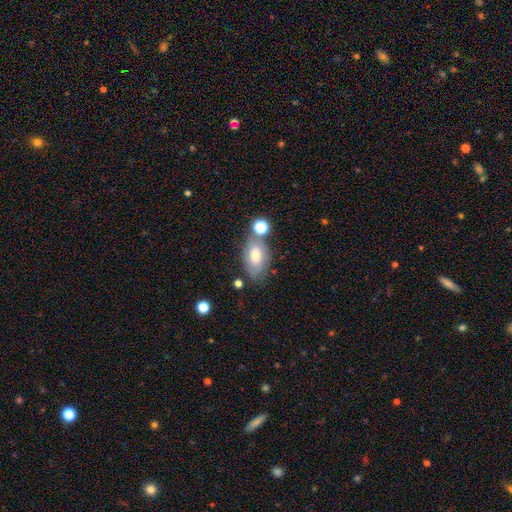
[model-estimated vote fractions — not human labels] Morphology: type=smooth (65%); roundness=in between (87%); merging=none (59%).